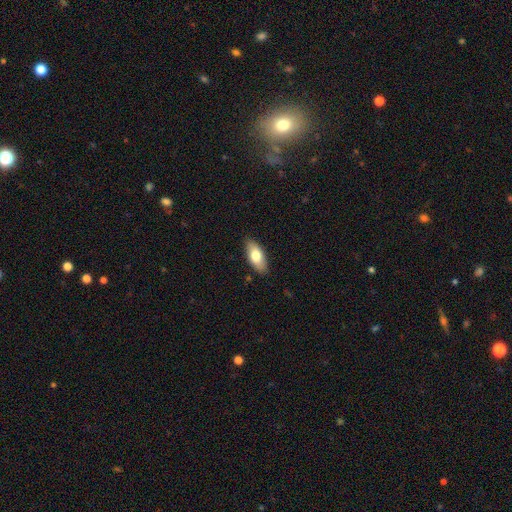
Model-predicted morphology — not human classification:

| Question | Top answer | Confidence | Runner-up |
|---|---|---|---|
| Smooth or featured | smooth | 75% | featured or disk (20%) |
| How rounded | in between | 86% | cigar-shaped (12%) |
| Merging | none | 86% | minor disturbance (11%) |